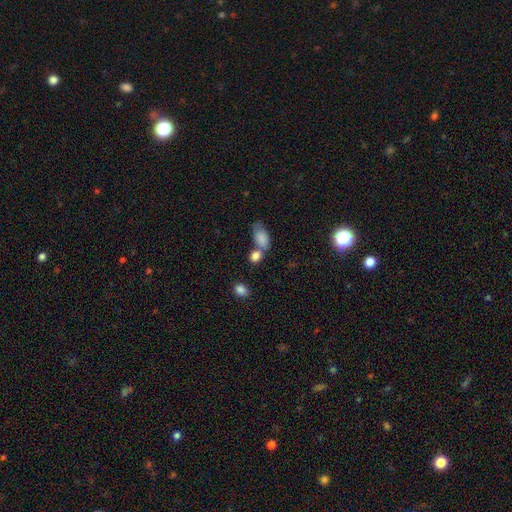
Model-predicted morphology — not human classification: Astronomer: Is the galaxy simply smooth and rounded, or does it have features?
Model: smooth — 83%.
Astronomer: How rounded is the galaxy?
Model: in between — 70%.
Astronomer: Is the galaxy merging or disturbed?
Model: none — 43% (runner-up: merger, 38%).